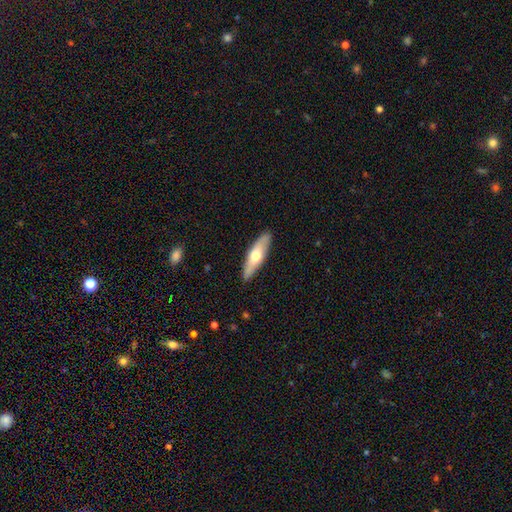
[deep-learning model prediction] Overall: smooth (51%; featured or disk 44%). How rounded: cigar-shaped (60%; in between 38%). Merging: none (88%).